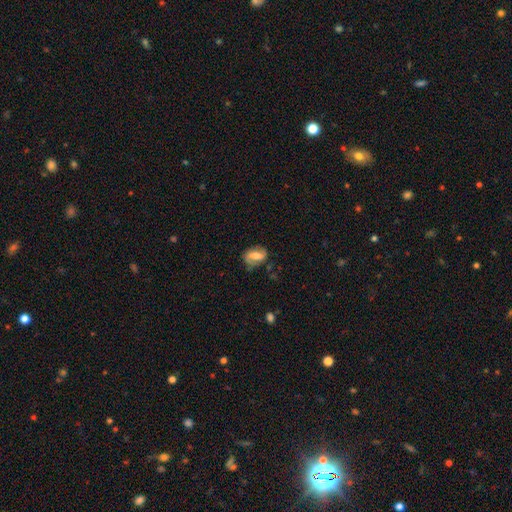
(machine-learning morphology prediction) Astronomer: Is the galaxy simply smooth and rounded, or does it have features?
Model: featured or disk — 49% (runner-up: smooth, 43%).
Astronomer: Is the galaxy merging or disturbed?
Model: none — 60%.